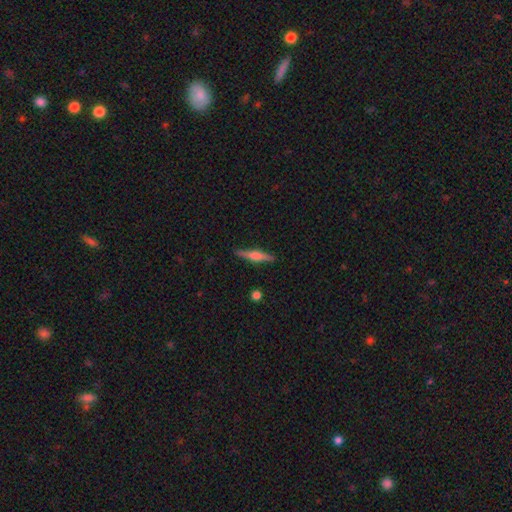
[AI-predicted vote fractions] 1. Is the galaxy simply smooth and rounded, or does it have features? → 57% featured or disk, 37% smooth, 6% star or artifact.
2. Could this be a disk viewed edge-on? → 97% yes, 3% no.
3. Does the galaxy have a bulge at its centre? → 79% rounded, 13% boxy, 8% none.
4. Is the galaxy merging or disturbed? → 89% none, 8% minor disturbance, 2% major disturbance, 1% merger.